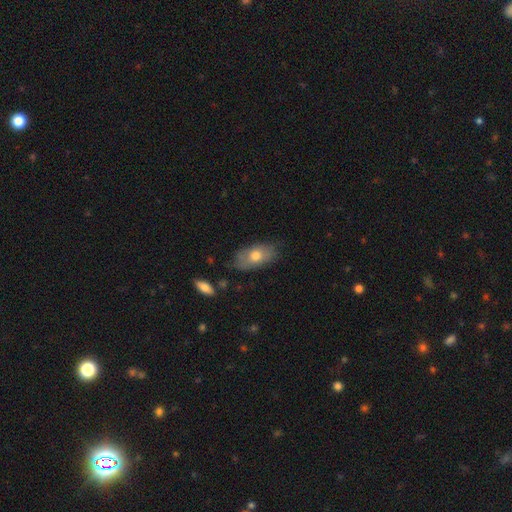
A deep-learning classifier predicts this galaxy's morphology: smooth-or-featured: smooth: 69% | featured or disk: 24% | star or artifact: 7%
  how-rounded: in between: 90% | round: 6% | cigar-shaped: 4%
  merging: none: 72% | minor disturbance: 21% | major disturbance: 5% | merger: 2%